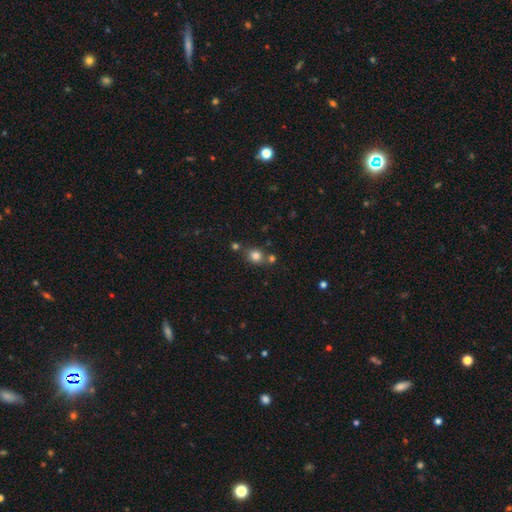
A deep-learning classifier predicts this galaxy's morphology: smooth_or_featured: smooth (p=0.80) [alt: star or artifact p=0.13]
how_rounded: round (p=0.77) [alt: in between p=0.22]
merging: none (p=0.65) [alt: merger p=0.20]